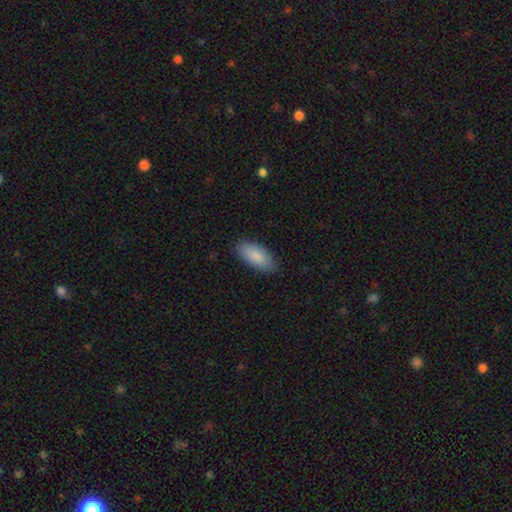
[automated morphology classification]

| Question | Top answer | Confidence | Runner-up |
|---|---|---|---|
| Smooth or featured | smooth | 87% | featured or disk (7%) |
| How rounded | in between | 89% | cigar-shaped (9%) |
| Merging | none | 86% | minor disturbance (11%) |